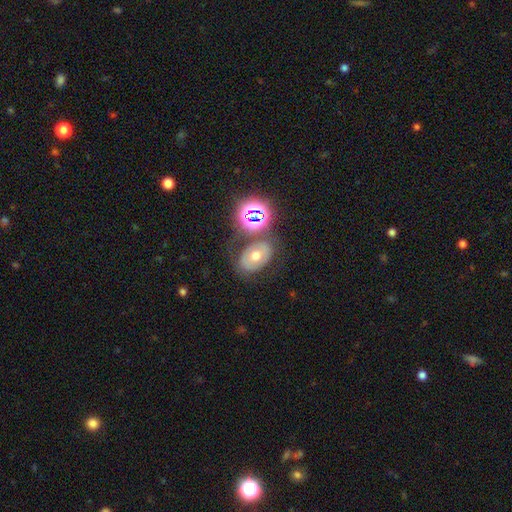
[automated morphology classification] This is marginally a smooth galaxy (42%). Merging: likely none (69%).